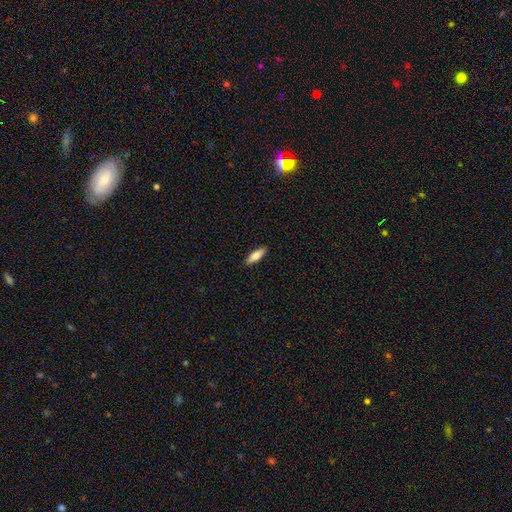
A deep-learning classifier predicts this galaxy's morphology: A smooth galaxy with no disk features (78%) that is in between round and cigar-shaped (53%). Merging: none (90%).